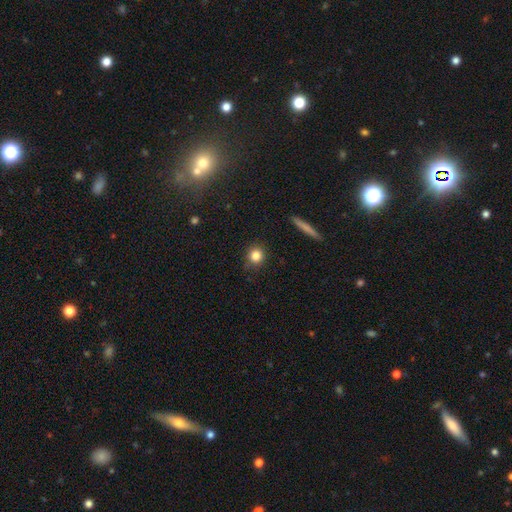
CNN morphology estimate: Smooth or featured: smooth — 83% (star or artifact — 10%)
How rounded: round — 90% (in between — 9%)
Merging: none — 87% (minor disturbance — 9%)